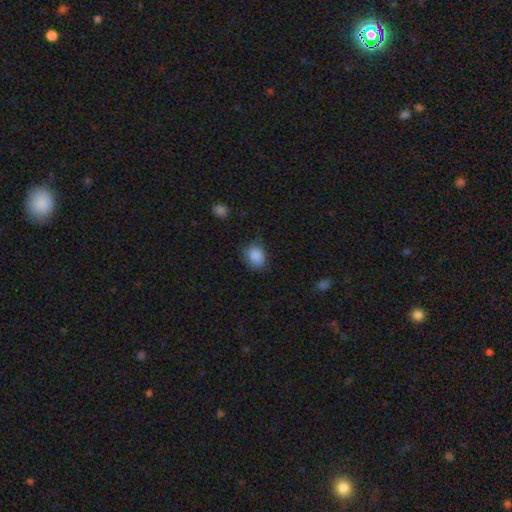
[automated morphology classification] Smooth or featured? Predicted: smooth (p=0.86). How rounded? Predicted: round (p=0.51). Merging? Predicted: none (p=0.71).